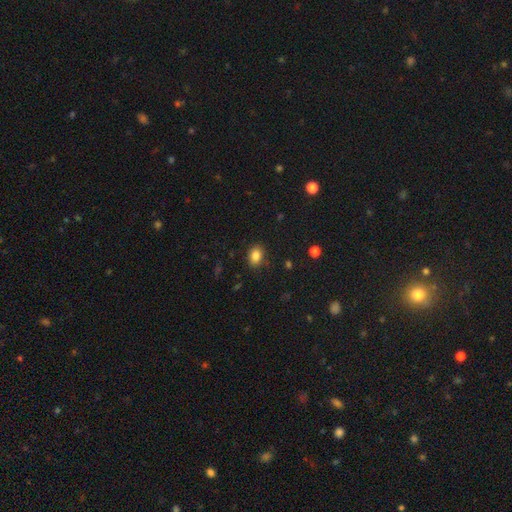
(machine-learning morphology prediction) Smooth or featured? smooth (85%)
How rounded? in between (72%)
Merging? none (85%)